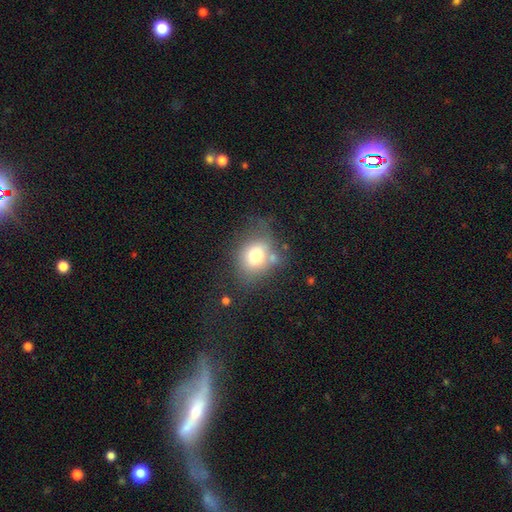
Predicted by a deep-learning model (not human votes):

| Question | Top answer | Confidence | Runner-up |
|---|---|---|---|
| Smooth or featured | smooth | 75% | featured or disk (15%) |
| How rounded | in between | 51% | round (48%) |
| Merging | none | 55% | minor disturbance (23%) |